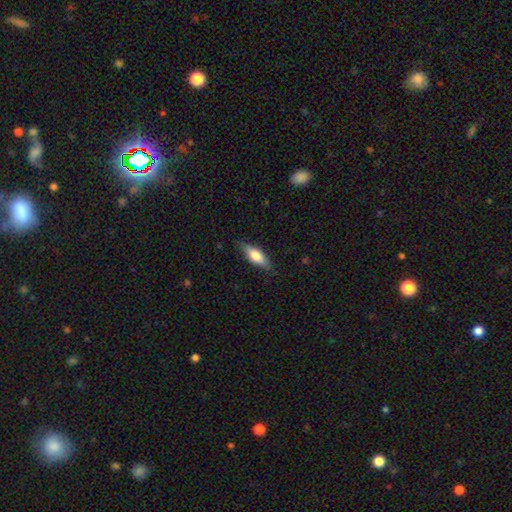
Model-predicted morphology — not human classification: Q: Smooth or featured?
A: smooth (69%); runner-up: featured or disk (25%)
Q: How rounded?
A: in between (66%); runner-up: cigar-shaped (32%)
Q: Merging?
A: none (79%); runner-up: minor disturbance (17%)